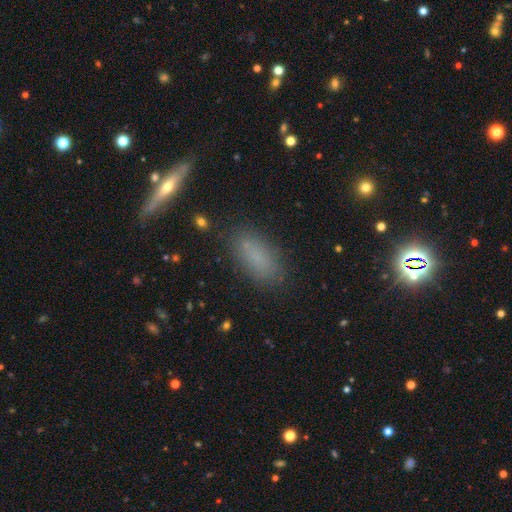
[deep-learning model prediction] Morphology: type=smooth (75%); roundness=in between (80%); merging=none (83%).